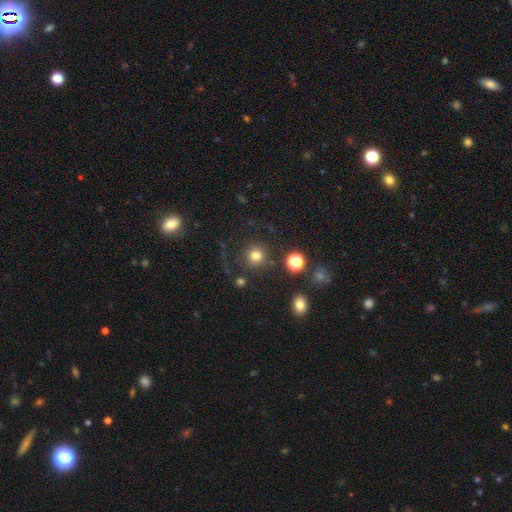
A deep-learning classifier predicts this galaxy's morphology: Q: Smooth or featured?
A: smooth (78%); runner-up: star or artifact (15%)
Q: How rounded?
A: round (94%); runner-up: in between (5%)
Q: Merging?
A: none (83%); runner-up: minor disturbance (8%)